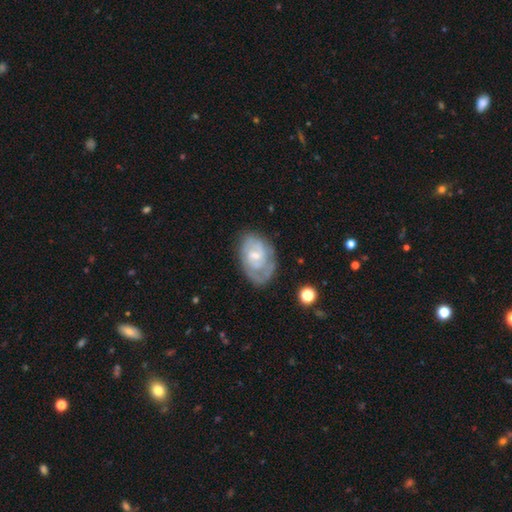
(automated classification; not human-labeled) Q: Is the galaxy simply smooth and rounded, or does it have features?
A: featured or disk — 71%.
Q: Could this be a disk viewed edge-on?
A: no — 97%.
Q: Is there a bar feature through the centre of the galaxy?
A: no — 50%.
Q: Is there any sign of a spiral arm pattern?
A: yes — 79%.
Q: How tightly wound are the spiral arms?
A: tight — 53%.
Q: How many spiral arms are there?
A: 2 — 39%, tied with can't tell.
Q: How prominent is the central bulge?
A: small — 56%.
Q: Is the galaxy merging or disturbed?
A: none — 61%.